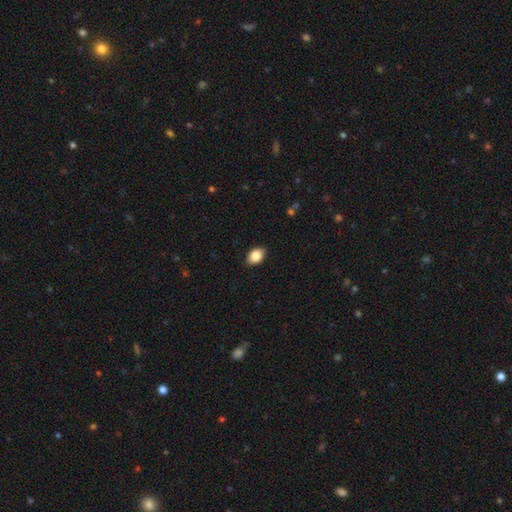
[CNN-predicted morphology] The model was most divided on "how rounded": in between: 85%, round: 14%, cigar-shaped: 1%. More confident: merging — none (88%); smooth or featured — smooth (87%).